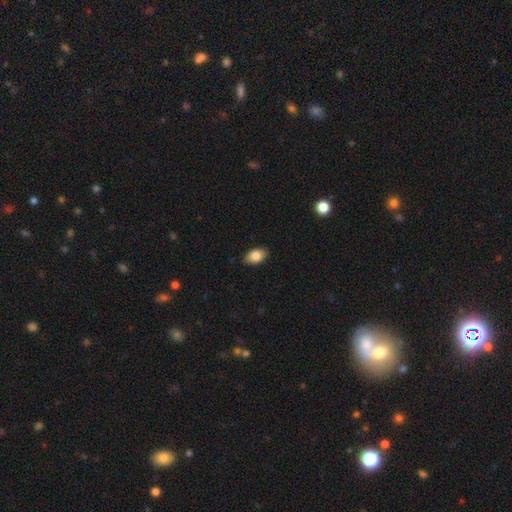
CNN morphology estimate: type=smooth (85%); roundness=in between (89%); merging=none (86%).